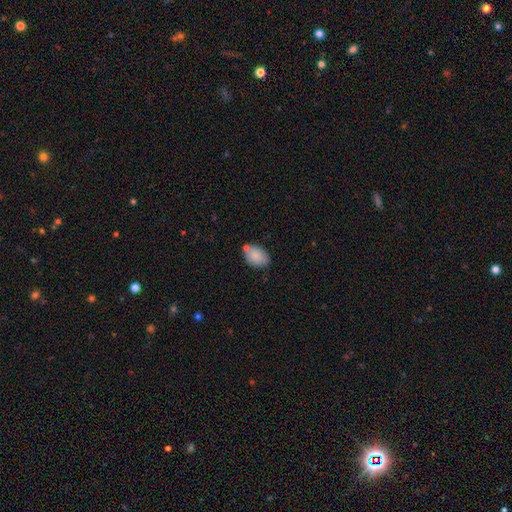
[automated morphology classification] A smooth galaxy with no disk features (85%) that is in between round and cigar-shaped (82%).

Vote fractions:
- Smooth or featured? smooth: 85% / featured or disk: 8% / star or artifact: 7%
- How rounded? in between: 82% / round: 17% / cigar-shaped: 1%
- Merging? none: 66% / minor disturbance: 18% / merger: 12% / major disturbance: 4%